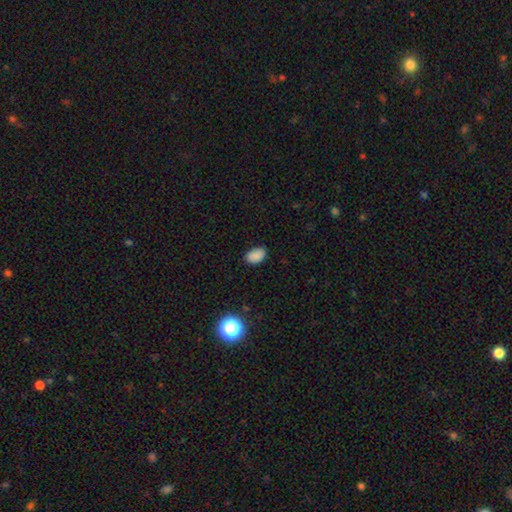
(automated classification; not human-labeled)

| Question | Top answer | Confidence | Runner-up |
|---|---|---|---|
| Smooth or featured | smooth | 86% | star or artifact (10%) |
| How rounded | in between | 89% | round (10%) |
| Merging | none | 85% | minor disturbance (11%) |